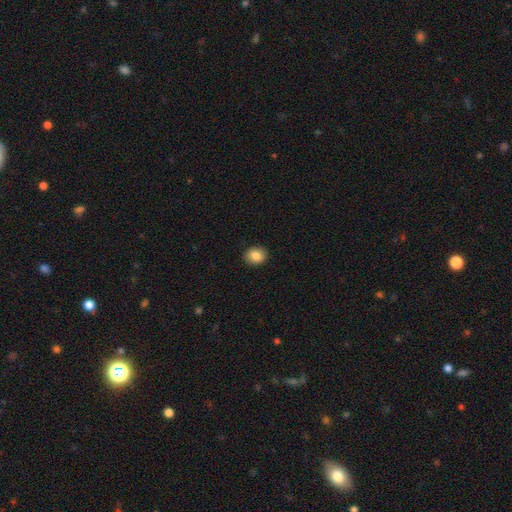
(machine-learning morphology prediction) The model was most divided on "how rounded": round: 61%, in between: 38%, cigar-shaped: 1%. More confident: merging — none (90%); smooth or featured — smooth (86%).